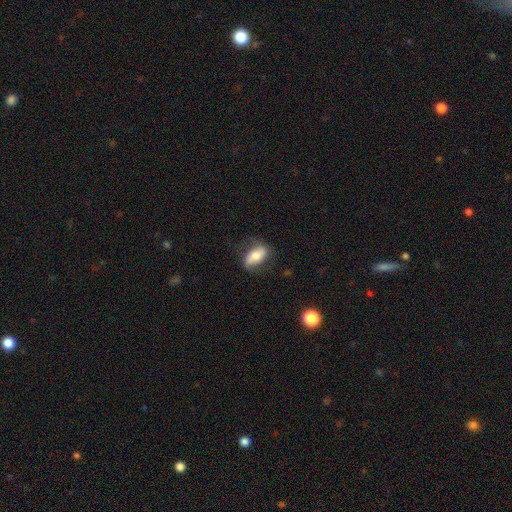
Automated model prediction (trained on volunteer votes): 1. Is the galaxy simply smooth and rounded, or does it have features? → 56% smooth, 37% featured or disk, 7% star or artifact.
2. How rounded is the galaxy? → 85% in between, 8% cigar-shaped, 6% round.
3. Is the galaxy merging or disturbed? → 68% none, 22% minor disturbance, 9% major disturbance, 1% merger.